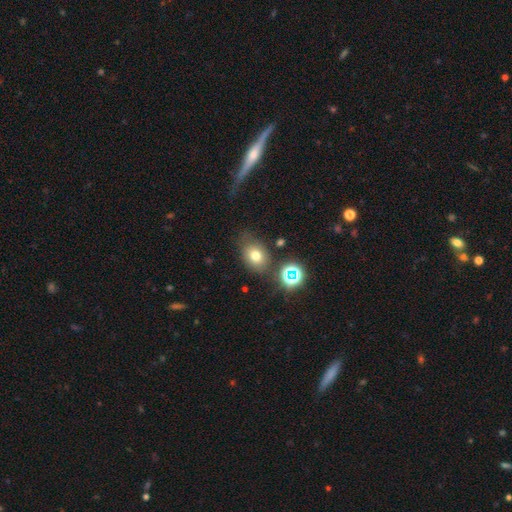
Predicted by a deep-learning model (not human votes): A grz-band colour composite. It shows a smooth galaxy with no disk features (71%) that is in between round and cigar-shaped (59%). Merging: none (67%).